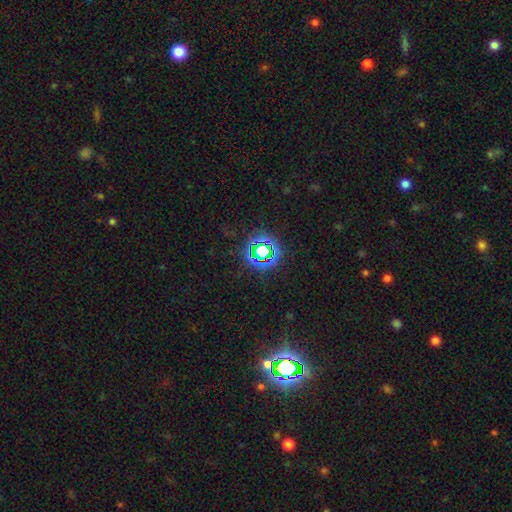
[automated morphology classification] smooth-or-featured: star or artifact: 77% | smooth: 15% | featured or disk: 8%